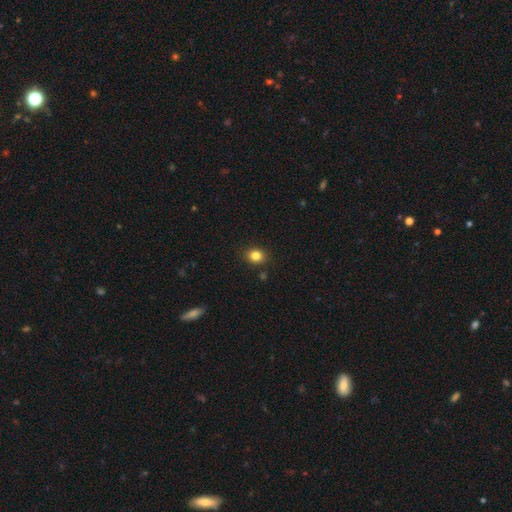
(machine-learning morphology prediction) Smooth or featured?
  - smooth: 83% *
  - star or artifact: 11%
  - featured or disk: 5%
How rounded?
  - round: 62% *
  - in between: 37%
  - cigar-shaped: 1%
Merging?
  - none: 87% *
  - minor disturbance: 9%
  - major disturbance: 2%
  - merger: 2%